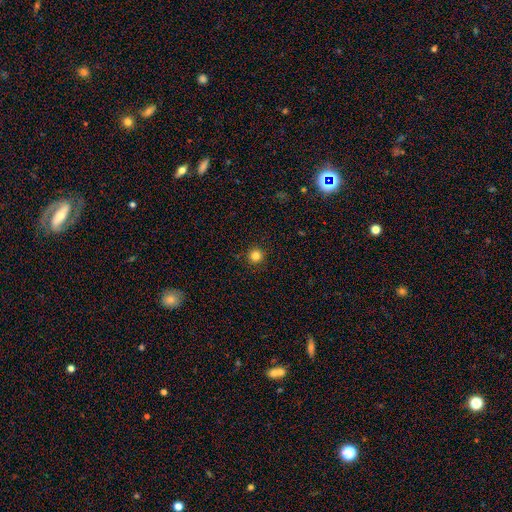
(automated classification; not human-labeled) A smooth galaxy with no disk features (82%) that is round (96%).

Vote fractions:
- Smooth or featured? smooth: 82% / star or artifact: 13% / featured or disk: 4%
- How rounded? round: 96% / in between: 3% / cigar-shaped: 1%
- Merging? none: 92% / minor disturbance: 5% / major disturbance: 2% / merger: 1%